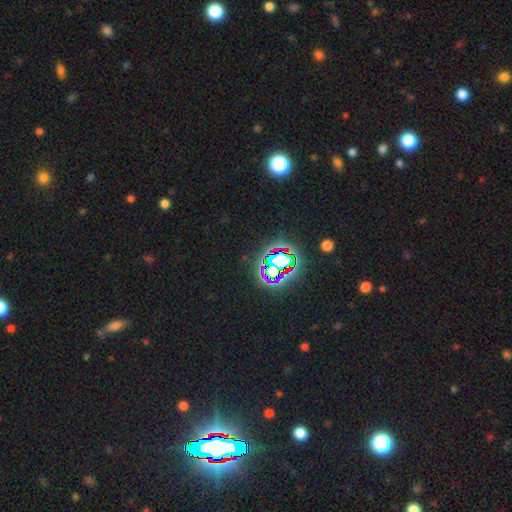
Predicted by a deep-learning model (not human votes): Smooth or featured? star or artifact (83%)